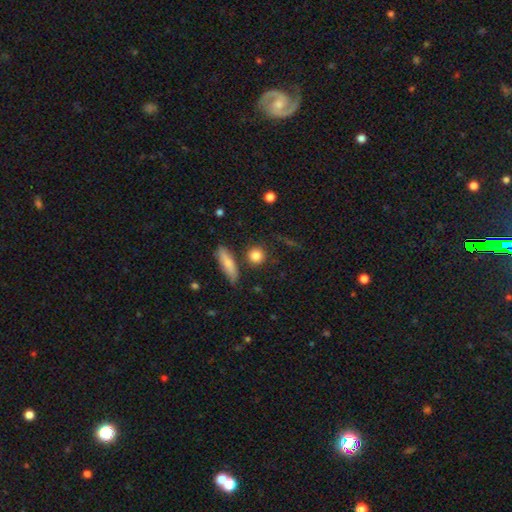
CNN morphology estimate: A smooth galaxy with no disk features (83%) that is round (80%). Merging: none (81%).